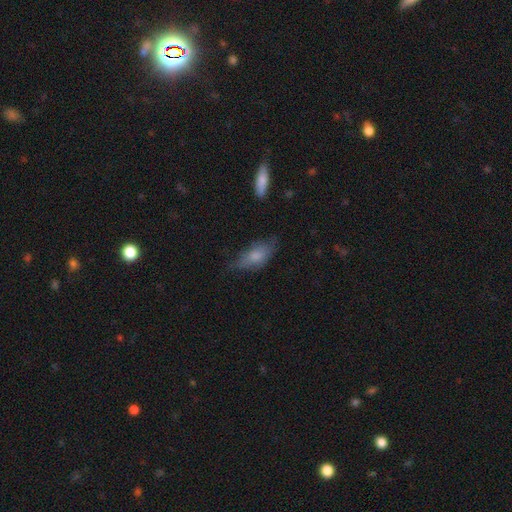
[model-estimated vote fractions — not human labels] A smooth galaxy with no disk features (71%) that is in between round and cigar-shaped (83%). Merging: none (54%).